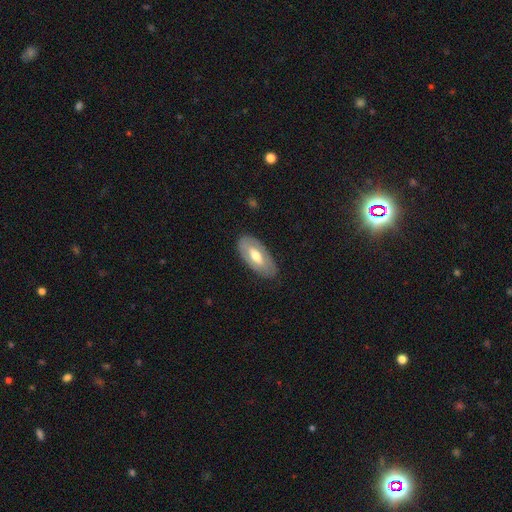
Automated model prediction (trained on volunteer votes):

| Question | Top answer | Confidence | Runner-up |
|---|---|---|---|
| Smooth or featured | featured or disk | 48% | smooth (47%) |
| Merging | none | 83% | minor disturbance (13%) |